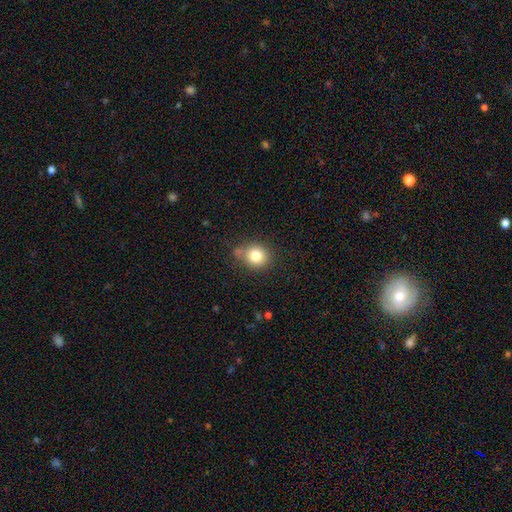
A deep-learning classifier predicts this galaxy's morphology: Smooth or featured? Predicted: smooth (p=0.80). How rounded? Predicted: round (p=0.80). Merging? Predicted: none (p=0.70).